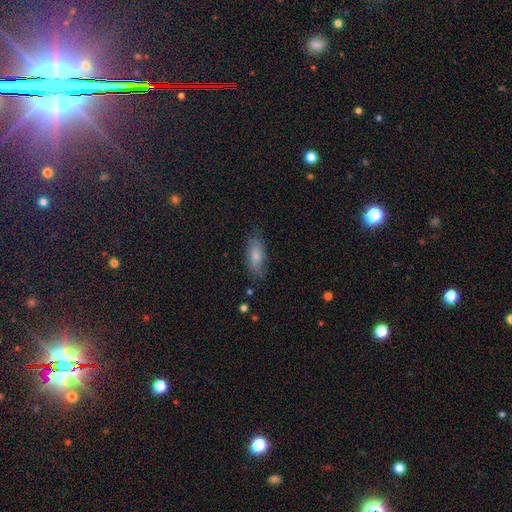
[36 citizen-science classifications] A smooth galaxy with no disk features (81%) that is in between round and cigar-shaped (83%). Merging: none (85%).